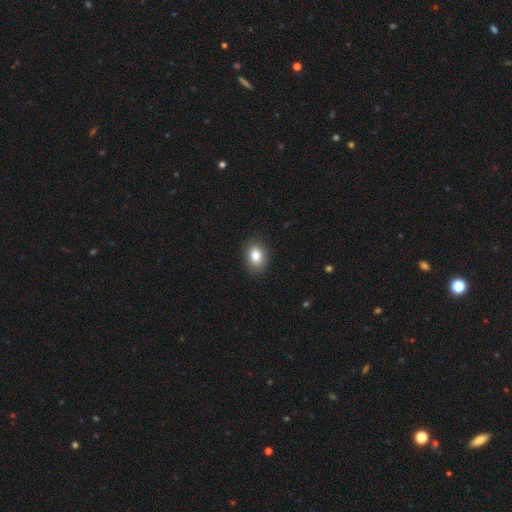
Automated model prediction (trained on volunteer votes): smooth_or_featured: smooth (p=0.83) [alt: star or artifact p=0.09]
how_rounded: in between (p=0.74) [alt: round p=0.25]
merging: none (p=0.88) [alt: minor disturbance p=0.09]